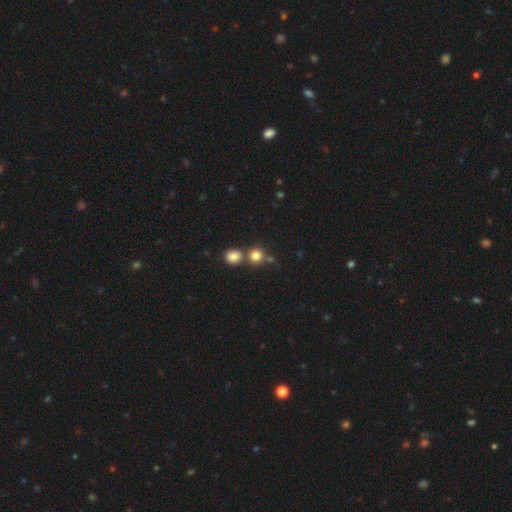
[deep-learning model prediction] Overall: smooth (80%). How rounded: round (88%). Merging: none (59%; merger 31%).